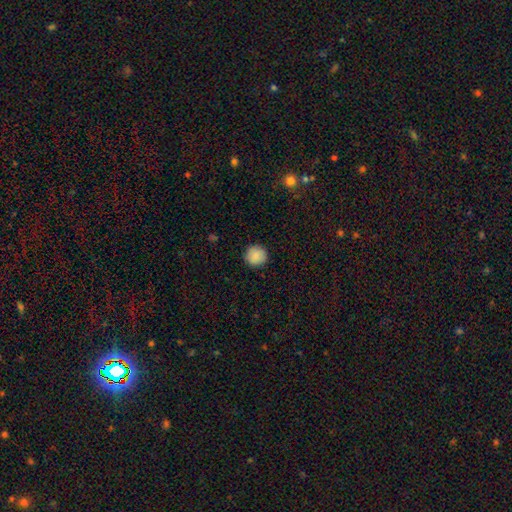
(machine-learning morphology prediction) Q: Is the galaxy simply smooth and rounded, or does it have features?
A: smooth — 89%.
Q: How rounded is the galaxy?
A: round — 94%.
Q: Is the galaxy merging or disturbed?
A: none — 91%.